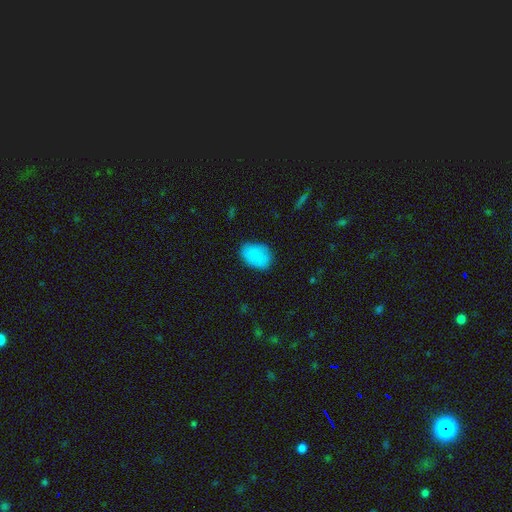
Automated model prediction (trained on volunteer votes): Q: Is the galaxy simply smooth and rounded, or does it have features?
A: smooth — 86%.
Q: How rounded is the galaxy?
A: in between — 78%.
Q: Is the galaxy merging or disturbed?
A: none — 77%.